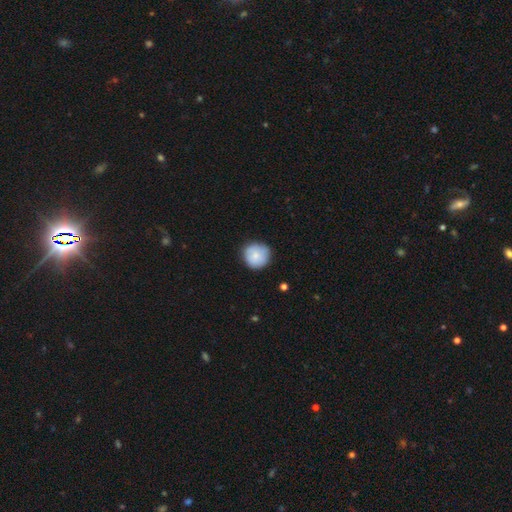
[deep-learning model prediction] Overall: smooth (81%). How rounded: round (94%). Merging: none (82%).